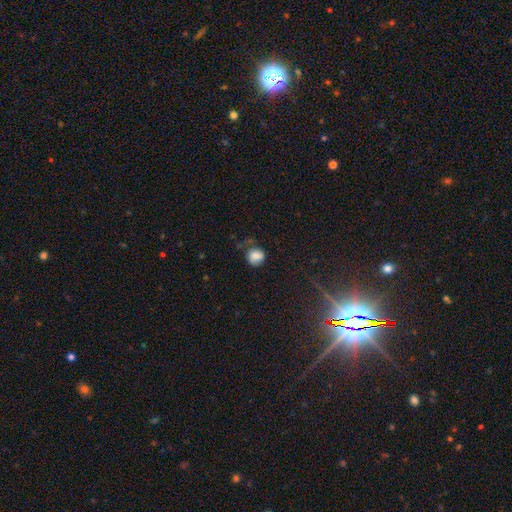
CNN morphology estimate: A smooth galaxy with no disk features (76%) that is round (76%).

Vote fractions:
- Smooth or featured? smooth: 76% / featured or disk: 13% / star or artifact: 10%
- How rounded? round: 76% / in between: 23% / cigar-shaped: 1%
- Merging? none: 59% / minor disturbance: 26% / major disturbance: 11% / merger: 5%